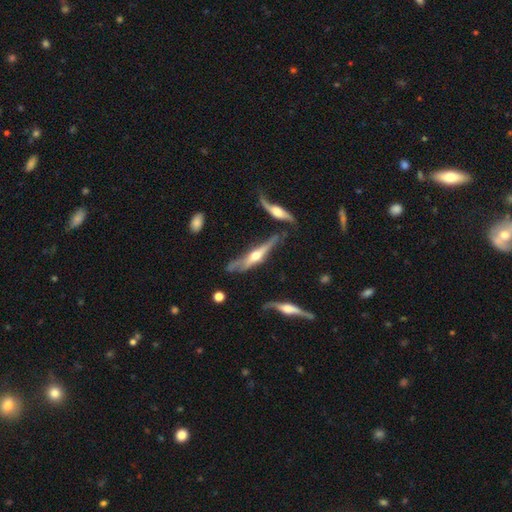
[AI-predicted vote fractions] Smooth or featured?
  - featured or disk: 74% *
  - smooth: 20%
  - star or artifact: 6%
Edge-on disk?
  - yes: 88% *
  - no: 12%
Edge-on bulge?
  - rounded: 91% *
  - boxy: 5%
  - none: 5%
Merging?
  - none: 51% *
  - minor disturbance: 23%
  - merger: 13%
  - major disturbance: 12%